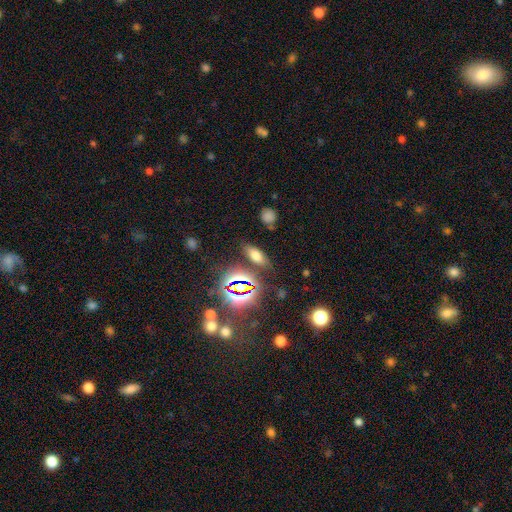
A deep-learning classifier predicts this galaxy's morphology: Smooth or featured: smooth — 60% (star or artifact — 27%)
How rounded: in between — 72% (cigar-shaped — 20%)
Merging: none — 81% (minor disturbance — 10%)